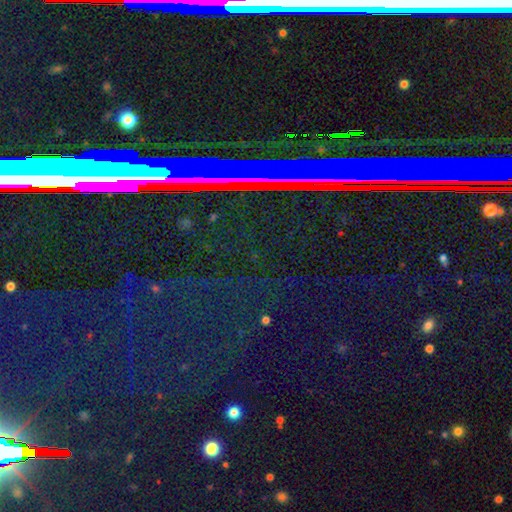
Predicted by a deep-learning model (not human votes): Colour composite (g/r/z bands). It shows a star or artifact, not a galaxy (83%).